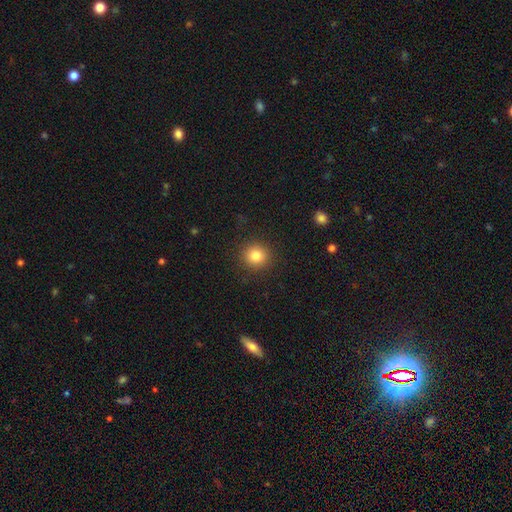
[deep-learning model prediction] Smooth or featured? Predicted: smooth (p=0.82). How rounded? Predicted: round (p=0.90). Merging? Predicted: none (p=0.91).